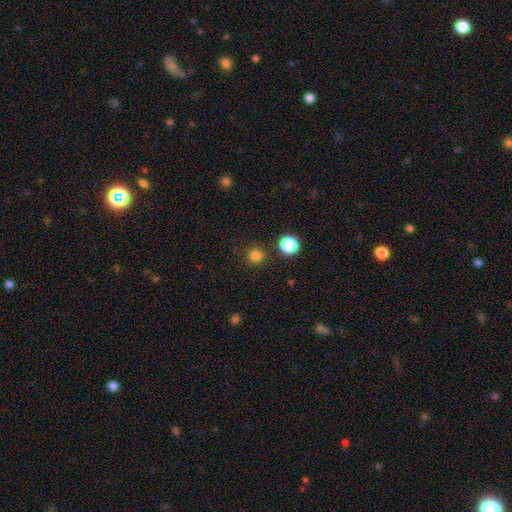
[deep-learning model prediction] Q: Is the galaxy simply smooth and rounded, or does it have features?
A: smooth — 82%.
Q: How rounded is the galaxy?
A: round — 95%.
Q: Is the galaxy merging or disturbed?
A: none — 89%.